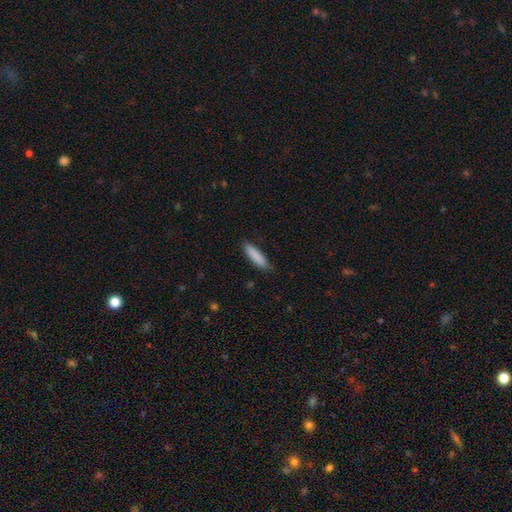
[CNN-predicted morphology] Smooth or featured?
  - smooth: 87% *
  - featured or disk: 7%
  - star or artifact: 6%
How rounded?
  - cigar-shaped: 74% *
  - in between: 24%
  - round: 1%
Merging?
  - none: 84% *
  - minor disturbance: 12%
  - major disturbance: 2%
  - merger: 1%